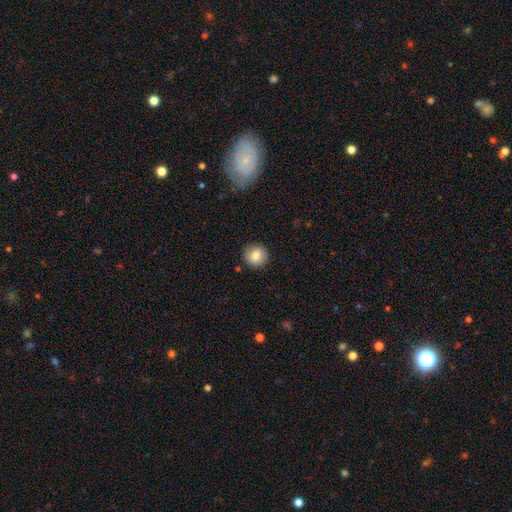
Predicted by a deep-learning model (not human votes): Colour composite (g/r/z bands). It shows a smooth galaxy with no disk features (82%) that is round (93%). Merging: none (89%).